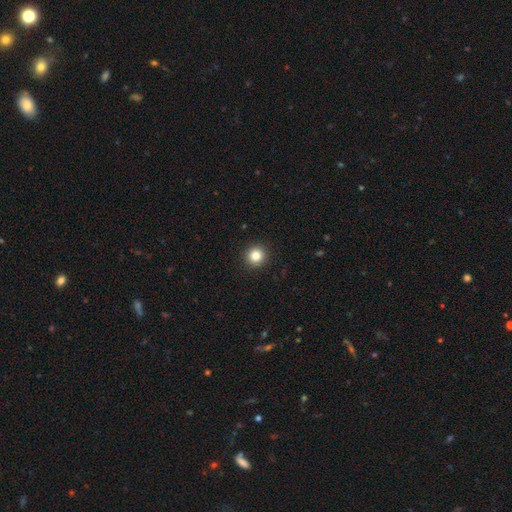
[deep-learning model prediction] Morphology: type=smooth (84%); roundness=round (94%); merging=none (93%).